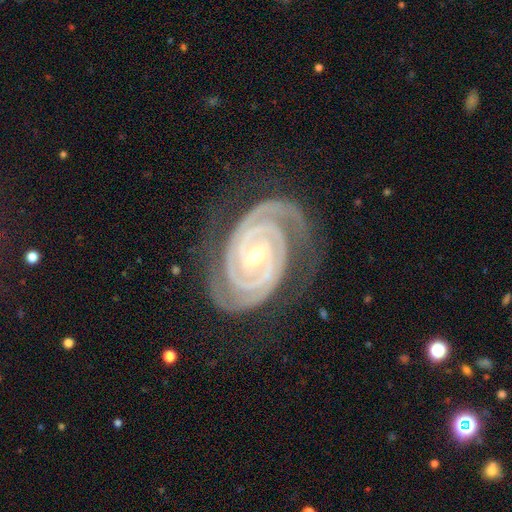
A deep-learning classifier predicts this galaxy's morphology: type=featured or disk (94%); edge-on=no (97%); bar=weak (38%); spiral arms=yes (99%); winding=tight (86%); arm count=2 (79%); bulge=small (55%); merging=none (78%).